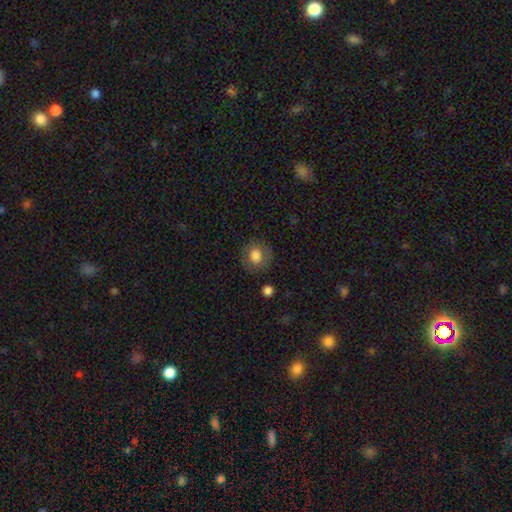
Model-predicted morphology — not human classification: The model was most divided on "how rounded": round: 79%, in between: 20%, cigar-shaped: 1%. More confident: merging — none (82%); smooth or featured — smooth (76%).